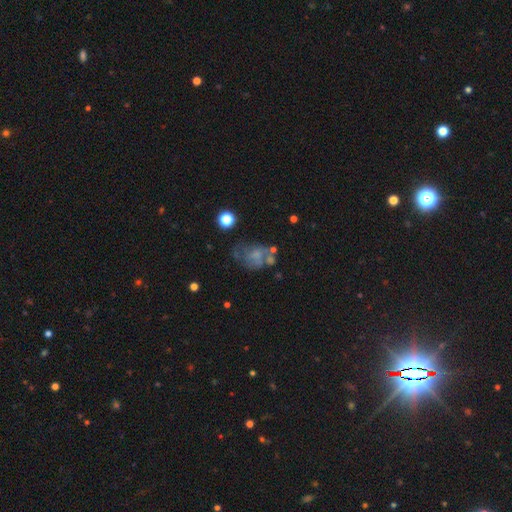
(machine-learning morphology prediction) A smooth galaxy with no disk features (43%). Merging: none (34%).